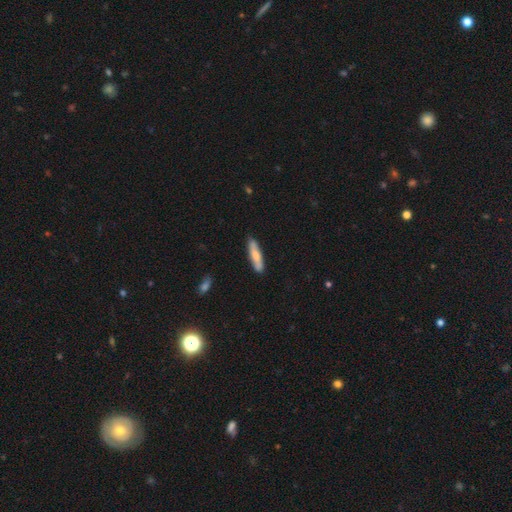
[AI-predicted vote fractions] Smooth or featured: smooth — 65% (featured or disk — 29%)
How rounded: cigar-shaped — 79% (in between — 19%)
Merging: none — 83% (minor disturbance — 13%)